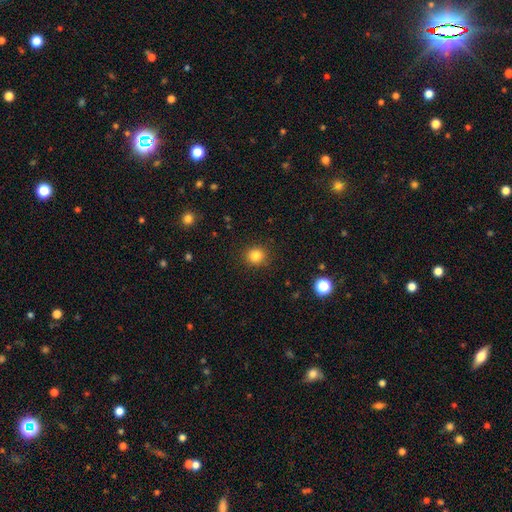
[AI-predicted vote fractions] A smooth galaxy with no disk features (83%) that is round (89%). Merging: none (90%).